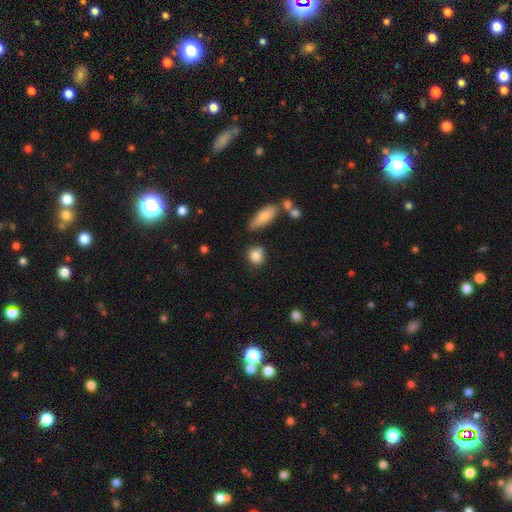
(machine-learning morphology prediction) This appears to be a smooth galaxy with no disk features (84%) that is round (64%). Merging: none (69%).